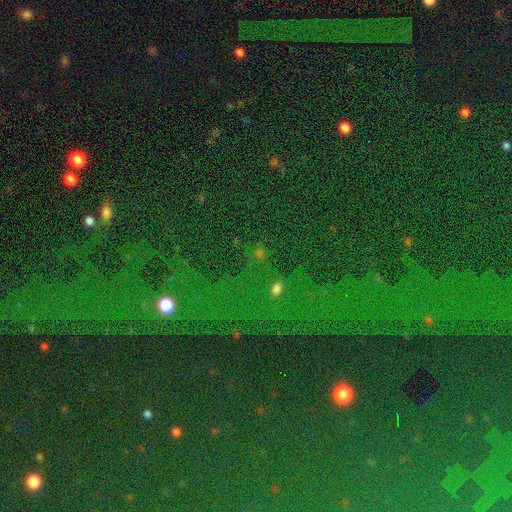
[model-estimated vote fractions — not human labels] smooth-or-featured: star or artifact: 82% | smooth: 10% | featured or disk: 8%